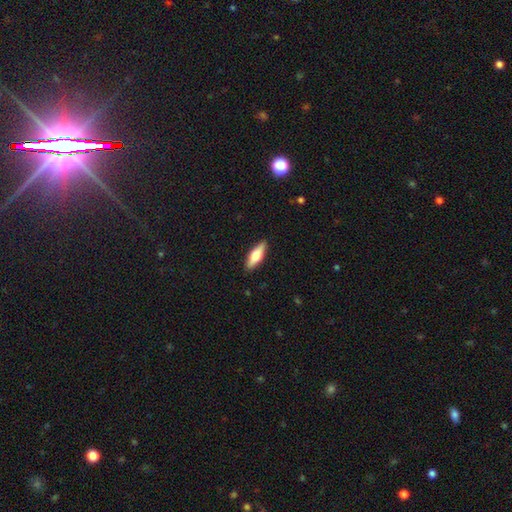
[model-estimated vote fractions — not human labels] smooth 58%, featured or disk 37%, star or artifact 6%. Down the decision tree: how rounded — in between (49%); merging — none (90%).